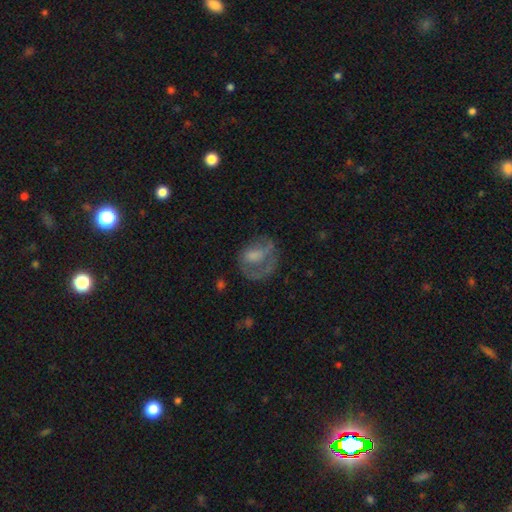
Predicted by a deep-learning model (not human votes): smooth_or_featured: smooth (p=0.45) [tied with: featured or disk p=0.45]
merging: none (p=0.41) [alt: major disturbance p=0.34]